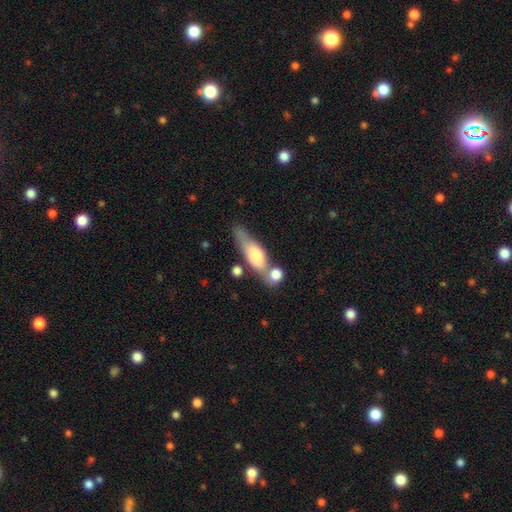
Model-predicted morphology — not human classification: The model was most divided on "how rounded": in between: 48%, cigar-shaped: 47%, round: 5%. Remaining: smooth or featured — smooth (61%); merging — none (42%).